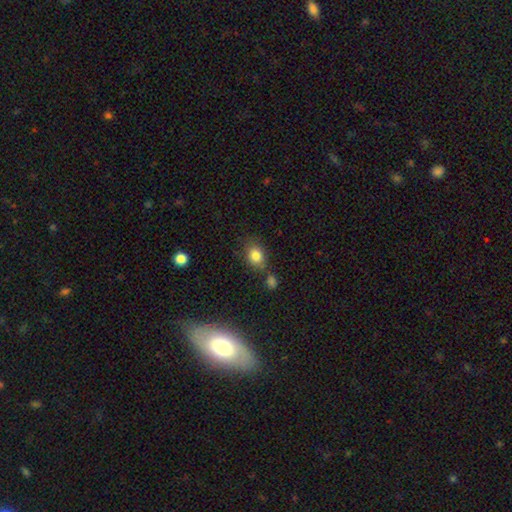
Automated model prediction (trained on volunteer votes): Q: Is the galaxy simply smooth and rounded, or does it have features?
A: smooth — 83%.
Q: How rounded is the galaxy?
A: in between — 54%.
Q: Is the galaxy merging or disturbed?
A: none — 67%.